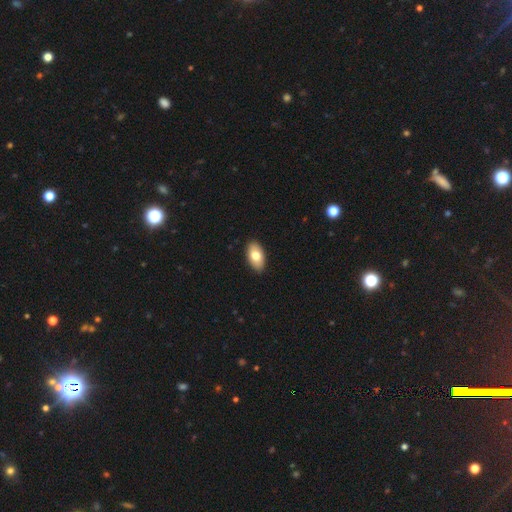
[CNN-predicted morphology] smooth_or_featured: smooth (p=0.78) [alt: featured or disk p=0.16]
how_rounded: in between (p=0.94) [alt: round p=0.04]
merging: none (p=0.90) [alt: minor disturbance p=0.08]